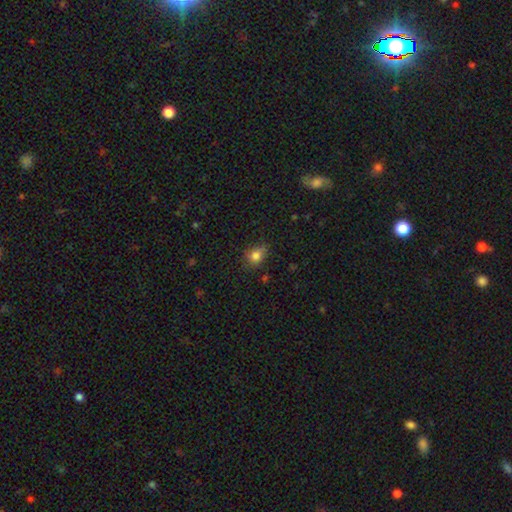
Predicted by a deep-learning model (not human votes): This appears to be a smooth galaxy with no disk features (80%) that is round (52%). Merging: none (67%).